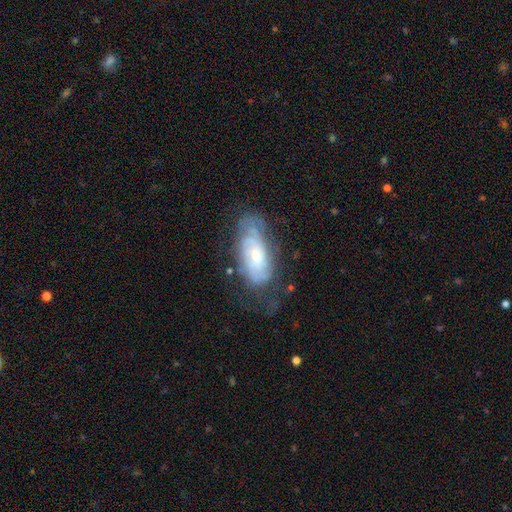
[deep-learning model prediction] A featured or disk galaxy (71%) with no bar (67%), tight (64%) spiral arms (86%) and a small central bulge (52%).

Vote fractions:
- Smooth or featured? featured or disk: 71% / smooth: 22% / star or artifact: 7%
- Edge-on disk? no: 91% / yes: 9%
- Bar? no: 67% / weak: 28% / strong: 5%
- Spiral arms? yes: 86% / no: 14%
- Spiral winding? tight: 64% / medium: 28% / loose: 8%
- Spiral arm count? can't tell: 54% / 2: 24% / 3: 10% / 4: 5% / 1: 4% / more than 4: 3%
- Bulge size? small: 52% / moderate: 40% / large: 4% / none: 3% / dominant: 1%
- Merging? none: 59% / minor disturbance: 25% / major disturbance: 14% / merger: 2%